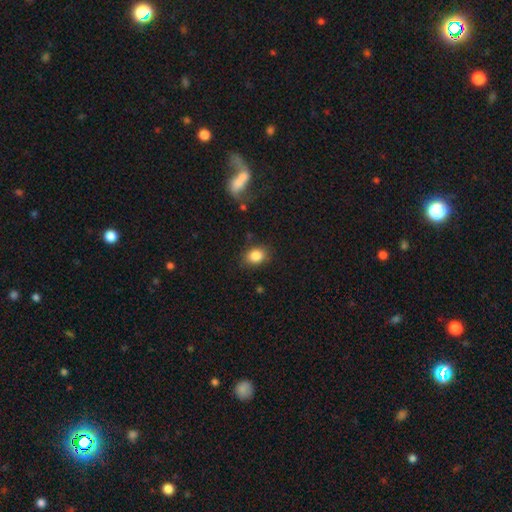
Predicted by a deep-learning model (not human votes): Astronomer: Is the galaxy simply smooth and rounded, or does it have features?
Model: smooth — 85%.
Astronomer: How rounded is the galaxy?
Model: in between — 59% (runner-up: round, 40%).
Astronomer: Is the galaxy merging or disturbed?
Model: none — 81%.